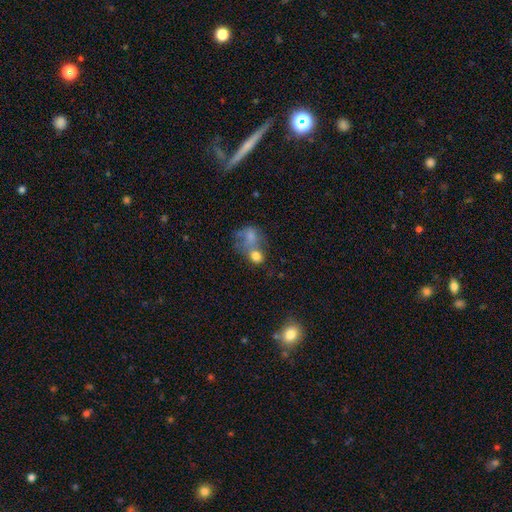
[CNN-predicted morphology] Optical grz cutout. It shows a smooth galaxy with no disk features (71%) that is round (50%). Merging: merger (54%).